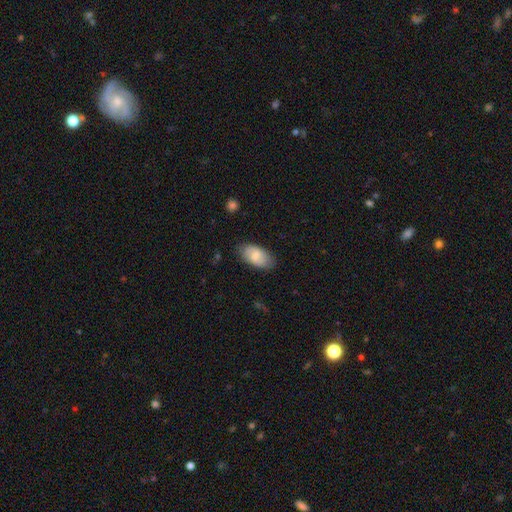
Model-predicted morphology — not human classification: A smooth galaxy with no disk features (71%) that is in between round and cigar-shaped (94%).

Vote fractions:
- Smooth or featured? smooth: 71% / featured or disk: 23% / star or artifact: 6%
- How rounded? in between: 94% / round: 3% / cigar-shaped: 2%
- Merging? none: 82% / minor disturbance: 14% / major disturbance: 3% / merger: 1%